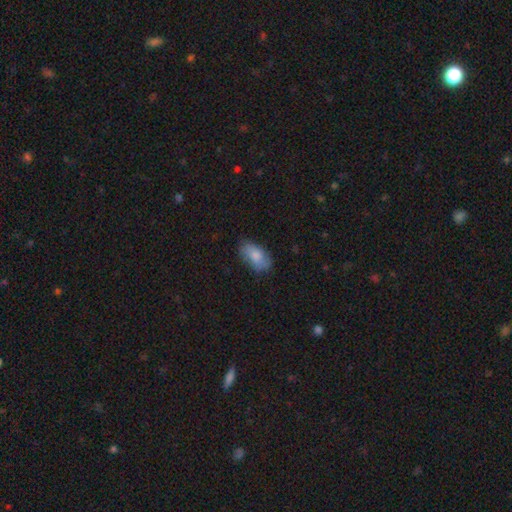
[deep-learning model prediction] smooth 81%, featured or disk 12%, star or artifact 7%. Down the decision tree: how rounded — in between (93%); merging — none (72%).